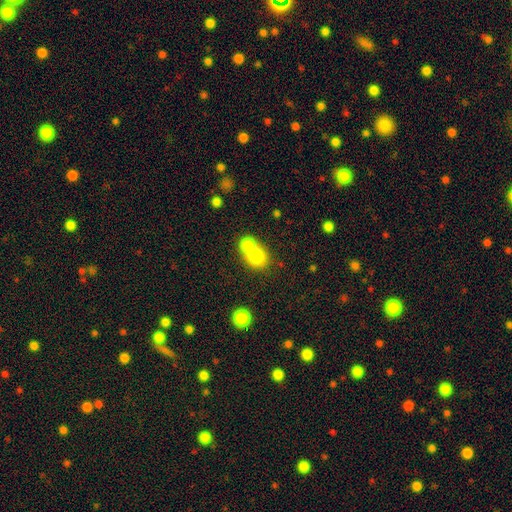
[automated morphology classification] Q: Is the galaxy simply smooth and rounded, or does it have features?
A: smooth — 78%.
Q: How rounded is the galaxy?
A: round — 80%.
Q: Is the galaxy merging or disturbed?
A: merger — 56%.